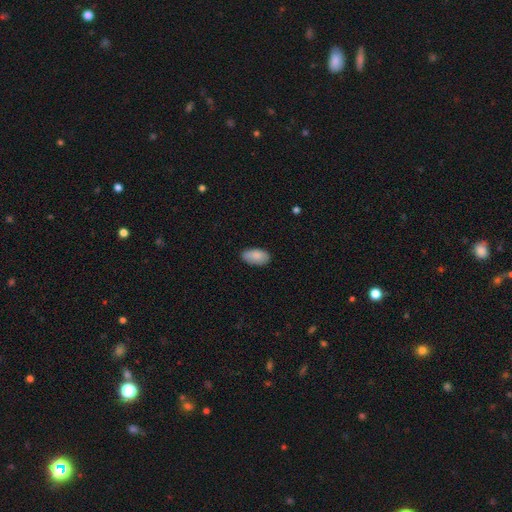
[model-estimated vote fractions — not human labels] A smooth galaxy with no disk features (88%) that is in between round and cigar-shaped (95%). Merging: none (82%).